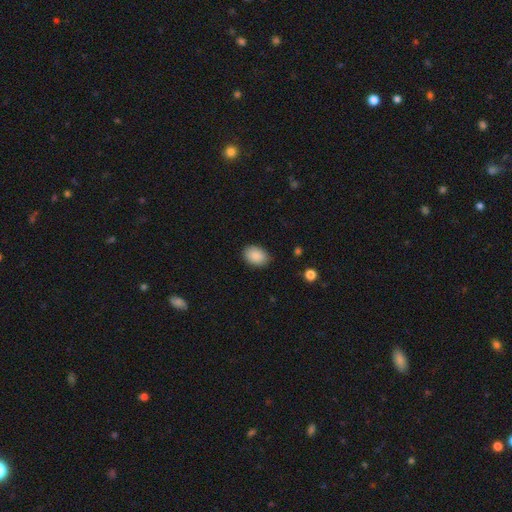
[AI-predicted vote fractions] Smooth or featured: smooth — 89% (star or artifact — 7%)
How rounded: in between — 81% (round — 18%)
Merging: none — 83% (minor disturbance — 13%)